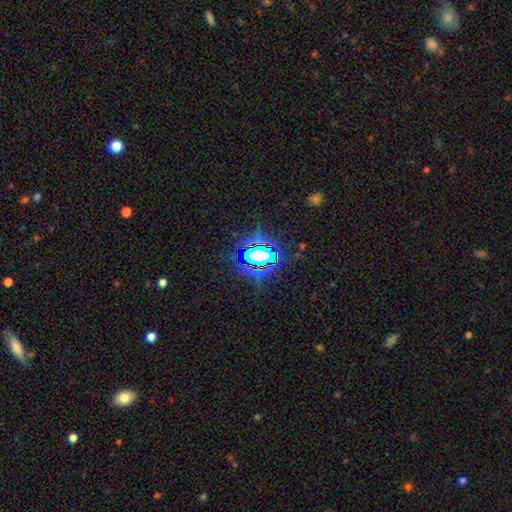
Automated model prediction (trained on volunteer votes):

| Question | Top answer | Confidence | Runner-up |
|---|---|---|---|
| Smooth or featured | star or artifact | 79% | smooth (14%) |